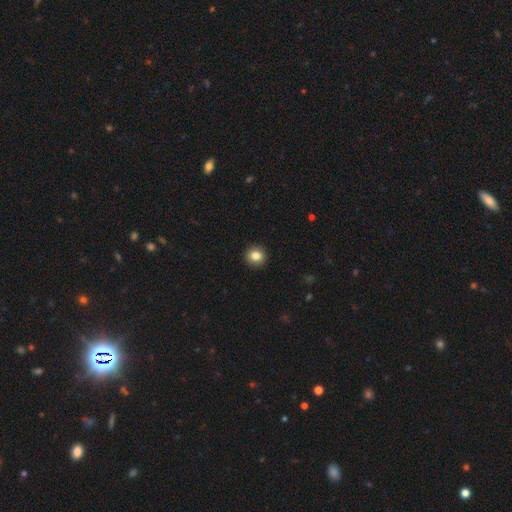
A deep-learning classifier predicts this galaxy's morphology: Smooth or featured? smooth (84%)
How rounded? round (87%)
Merging? none (92%)